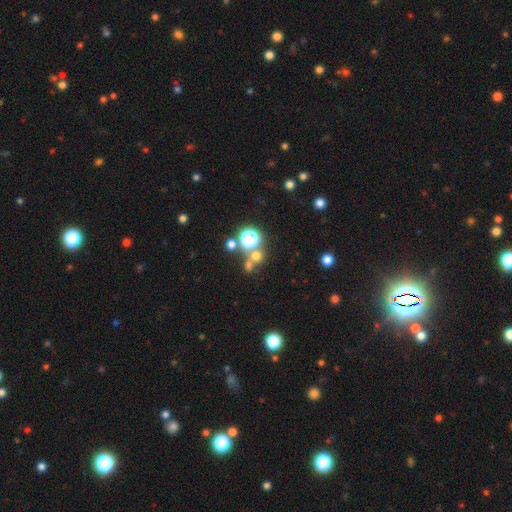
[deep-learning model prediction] Smooth or featured? smooth (54%)
How rounded? round (86%)
Merging? none (59%)